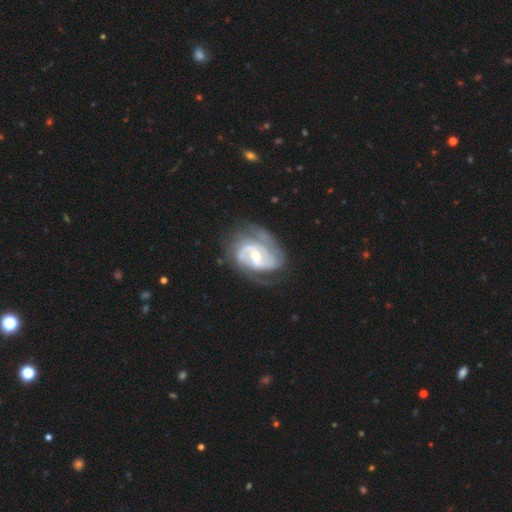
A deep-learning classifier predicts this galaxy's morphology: This appears to be a featured or disk galaxy (90%) with no bar (46%), 2 (50%) tight (52%) spiral arms (97%) and a moderate central bulge (58%). Merging: none (63%).